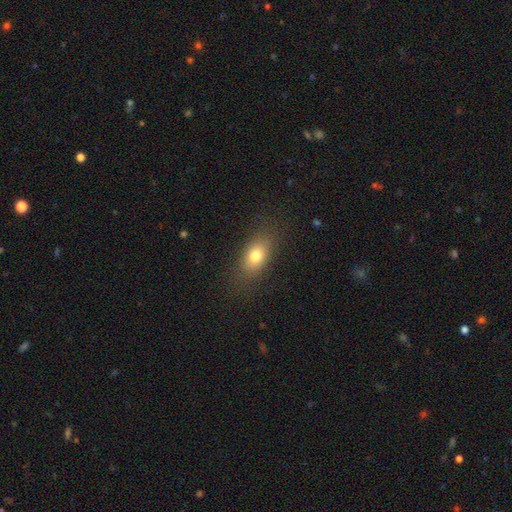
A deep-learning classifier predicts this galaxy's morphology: This appears to be a smooth galaxy with no disk features (77%) that is in between round and cigar-shaped (82%). Merging: none (82%).